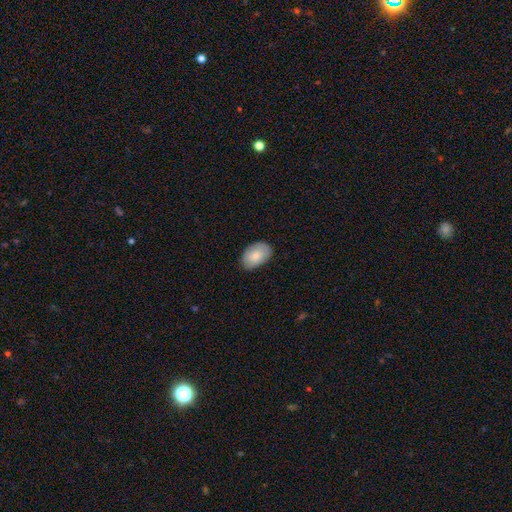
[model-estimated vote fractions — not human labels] A smooth galaxy with no disk features (82%) that is in between round and cigar-shaped (90%). Merging: none (81%).